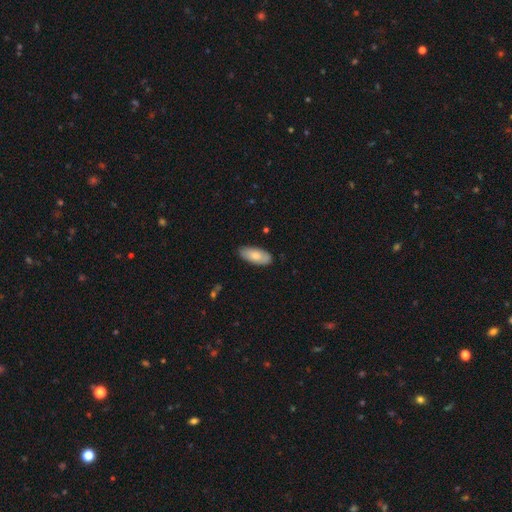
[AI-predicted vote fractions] smooth 76%, featured or disk 18%, star or artifact 6%. Down the decision tree: how rounded — in between (88%); merging — none (84%).